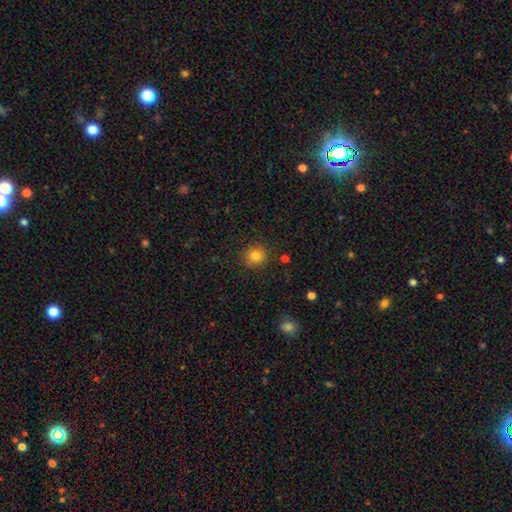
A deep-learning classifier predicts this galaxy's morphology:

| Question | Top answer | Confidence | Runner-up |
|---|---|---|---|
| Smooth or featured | smooth | 82% | star or artifact (12%) |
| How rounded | round | 87% | in between (12%) |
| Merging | none | 89% | minor disturbance (7%) |